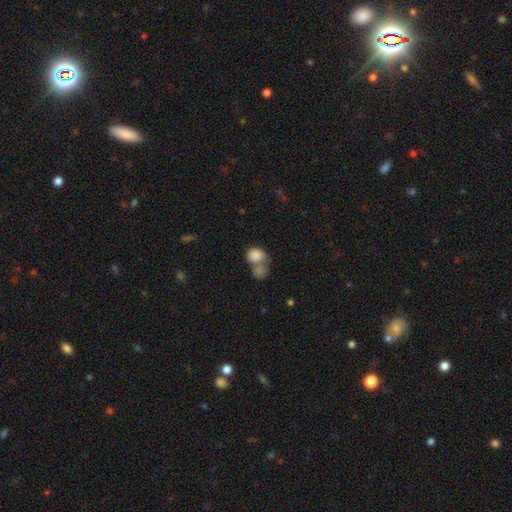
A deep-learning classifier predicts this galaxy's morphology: type=smooth (84%); roundness=round (53%); merging=merger (57%).